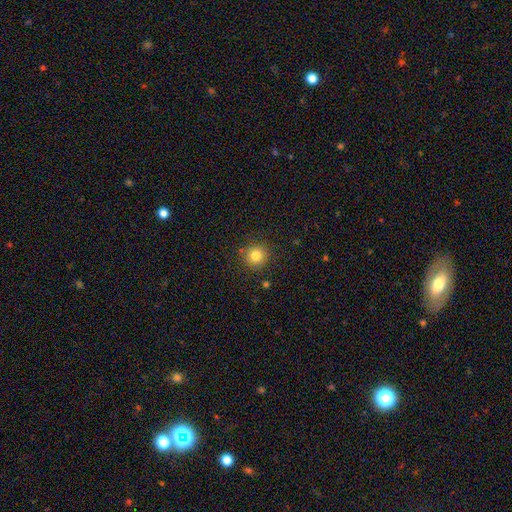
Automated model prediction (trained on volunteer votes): smooth_or_featured: smooth (p=0.81) [alt: star or artifact p=0.12]
how_rounded: round (p=0.92) [alt: in between p=0.07]
merging: none (p=0.87) [alt: minor disturbance p=0.08]